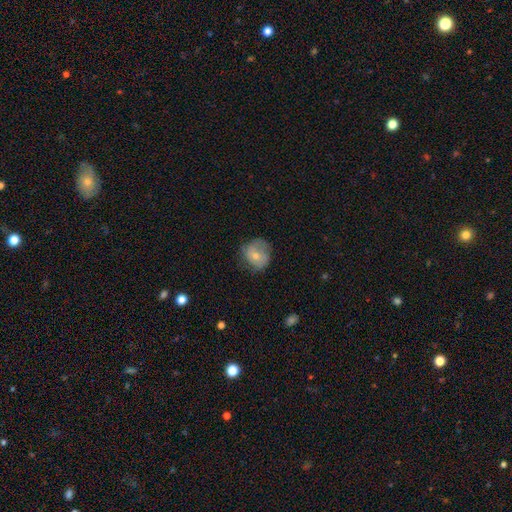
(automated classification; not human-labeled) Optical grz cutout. It shows a smooth galaxy with no disk features (59%) that is round (75%). Merging: none (60%).